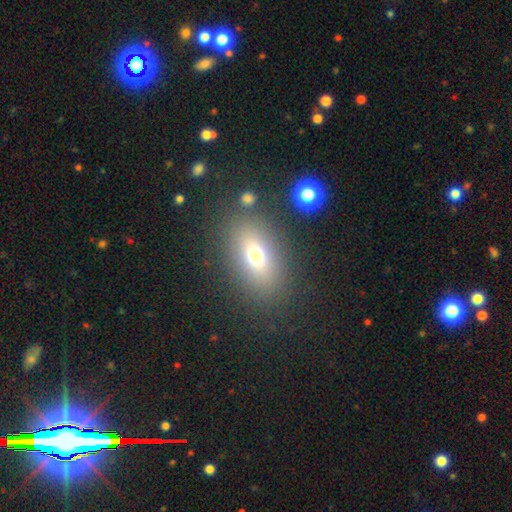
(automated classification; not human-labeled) smooth_or_featured: smooth (p=0.69) [alt: featured or disk p=0.17]
how_rounded: in between (p=0.79) [alt: round p=0.17]
merging: none (p=0.82) [alt: minor disturbance p=0.10]